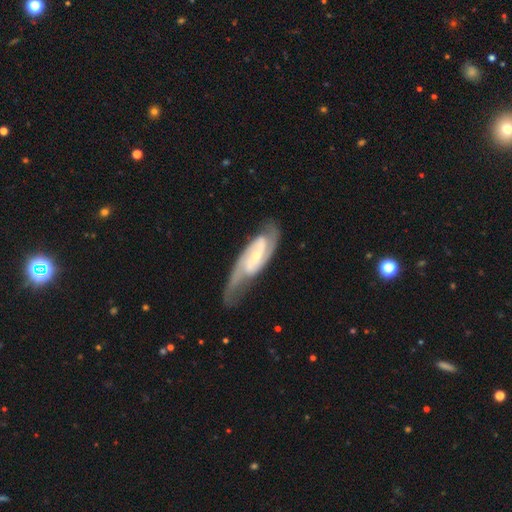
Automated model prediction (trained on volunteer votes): This is clearly a featured or disk galaxy (88%). It is clearly not viewed edge-on (92%). Bar: marginally weak (40%). Spiral arm pattern: clearly yes (97%). Spiral arm count: clearly 2 (85%). Spiral winding: possibly medium (49%). Central bulge: likely small (69%). Merging: likely none (68%).